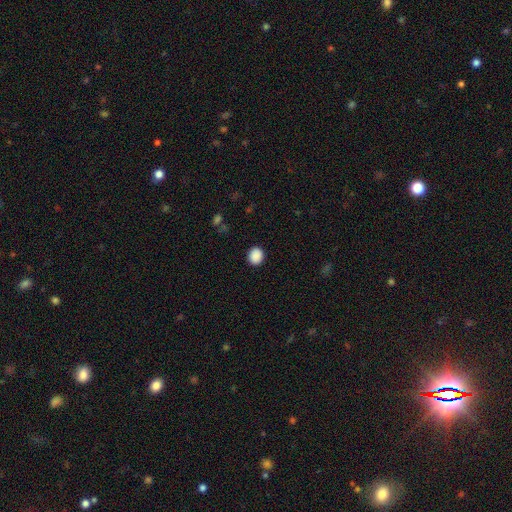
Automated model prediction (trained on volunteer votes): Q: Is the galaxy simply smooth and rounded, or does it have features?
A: smooth — 89%.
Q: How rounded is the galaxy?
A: round — 73%.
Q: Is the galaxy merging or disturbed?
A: none — 90%.